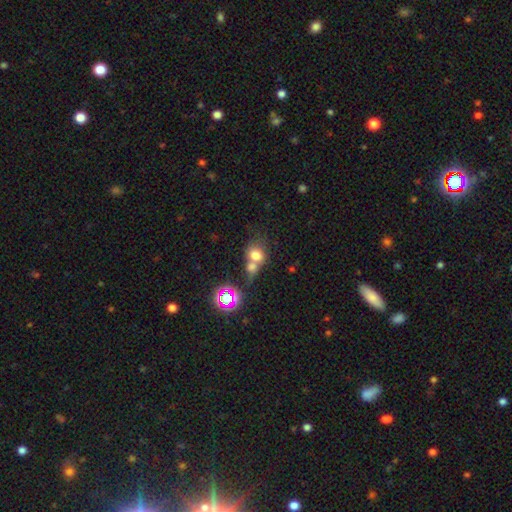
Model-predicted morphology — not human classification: smooth_or_featured: smooth (p=0.69) [alt: star or artifact p=0.17]
how_rounded: round (p=0.62) [alt: in between p=0.36]
merging: merger (p=0.56) [alt: none p=0.31]